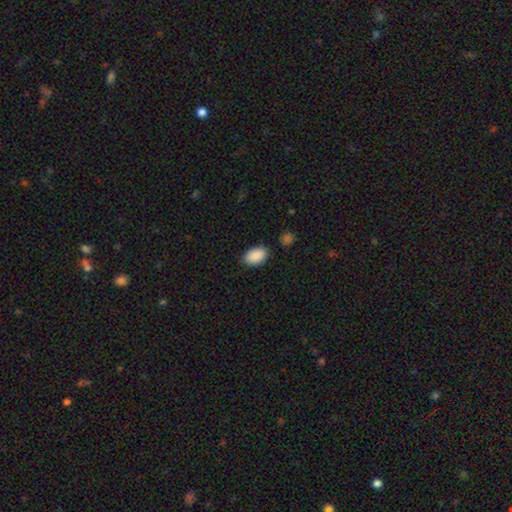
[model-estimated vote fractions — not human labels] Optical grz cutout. It shows a smooth galaxy with no disk features (90%) that is in between round and cigar-shaped (92%). Merging: none (83%).